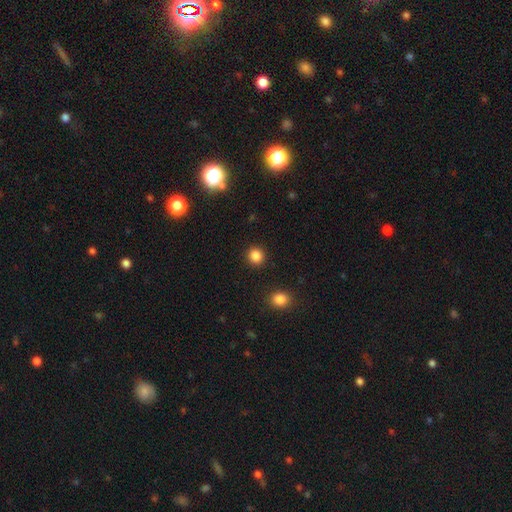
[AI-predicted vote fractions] This is clearly a smooth galaxy (84%). How rounded: clearly round (89%). Merging: clearly none (92%).